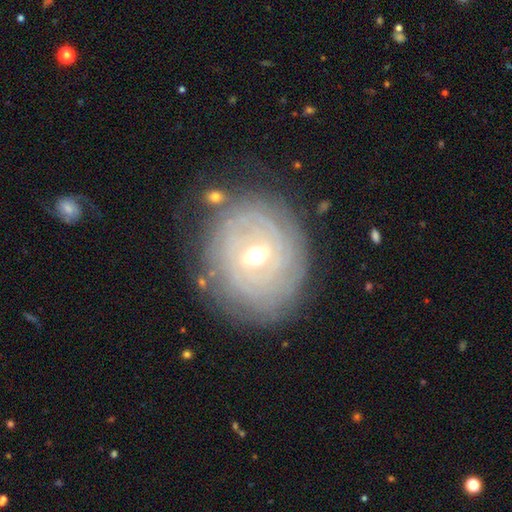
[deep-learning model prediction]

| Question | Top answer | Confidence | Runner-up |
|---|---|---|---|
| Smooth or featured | featured or disk | 80% | smooth (13%) |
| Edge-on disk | no | 96% | yes (4%) |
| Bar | weak | 50% | no (31%) |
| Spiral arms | yes | 88% | no (12%) |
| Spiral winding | tight | 85% | medium (11%) |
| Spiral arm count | can't tell | 47% | 2 (14%) |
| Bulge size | moderate | 68% | small (26%) |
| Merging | none | 79% | minor disturbance (14%) |